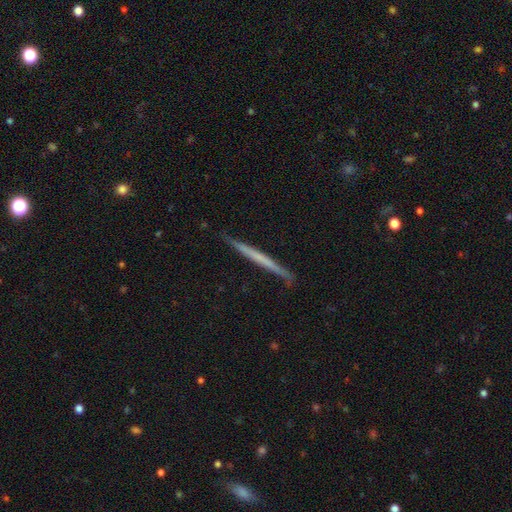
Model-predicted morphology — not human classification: Smooth or featured? Predicted: featured or disk (p=0.52). Edge-on disk? Predicted: yes (p=0.97). Edge-on bulge? Predicted: none (p=0.89). Merging? Predicted: none (p=0.87).